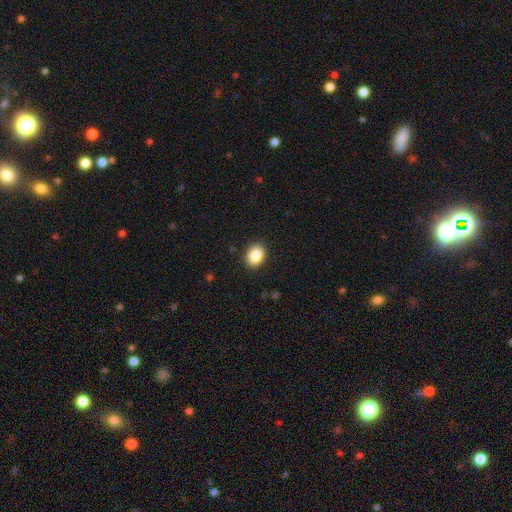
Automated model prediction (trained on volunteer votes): A smooth galaxy with no disk features (87%) that is in between round and cigar-shaped (69%). Merging: none (89%).